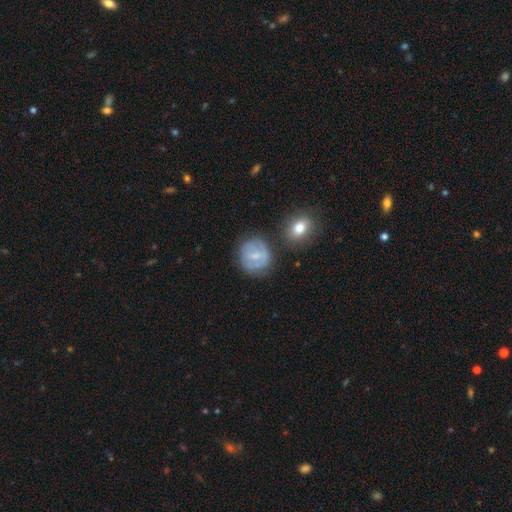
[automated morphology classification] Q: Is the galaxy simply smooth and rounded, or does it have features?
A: featured or disk — 47%.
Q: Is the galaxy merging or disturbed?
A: none — 66%.